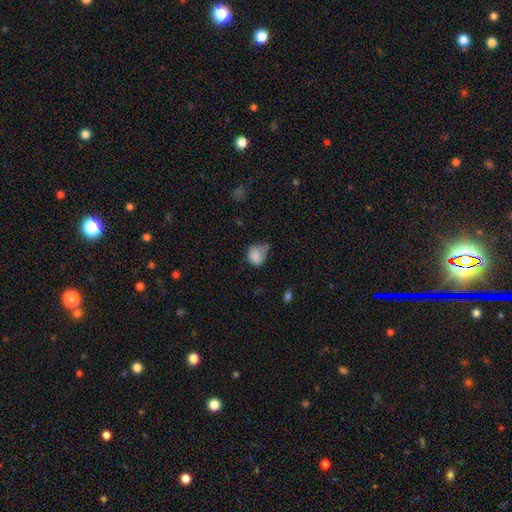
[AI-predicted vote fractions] Overall: smooth (81%). How rounded: round (55%; in between 44%). Merging: minor disturbance (42%; none 32%).